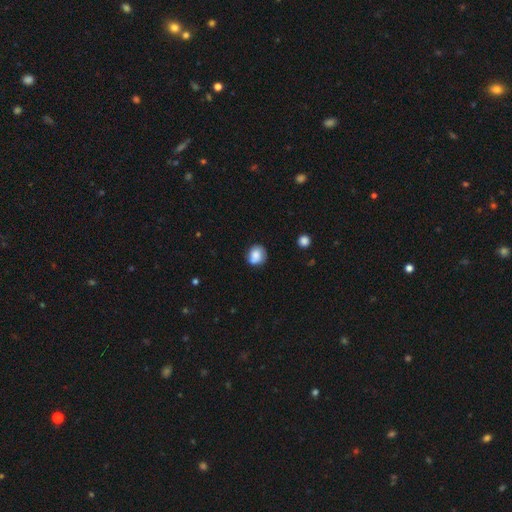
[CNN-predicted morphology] Q: Smooth or featured?
A: smooth (75%); runner-up: featured or disk (16%)
Q: How rounded?
A: round (78%); runner-up: in between (22%)
Q: Merging?
A: none (70%); runner-up: minor disturbance (21%)